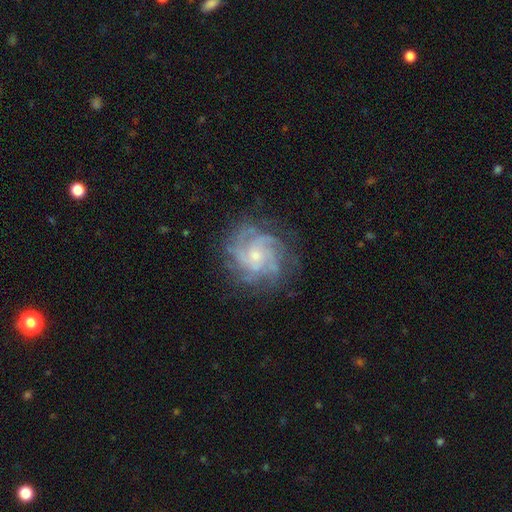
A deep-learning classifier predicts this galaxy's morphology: Smooth or featured? featured or disk (86%)
Edge-on disk? no (98%)
Bar? no (71%)
Spiral arms? yes (97%)
Spiral winding? tight (58%)
Spiral arm count? 4 (32%)
Bulge size? small (63%)
Merging? none (76%)